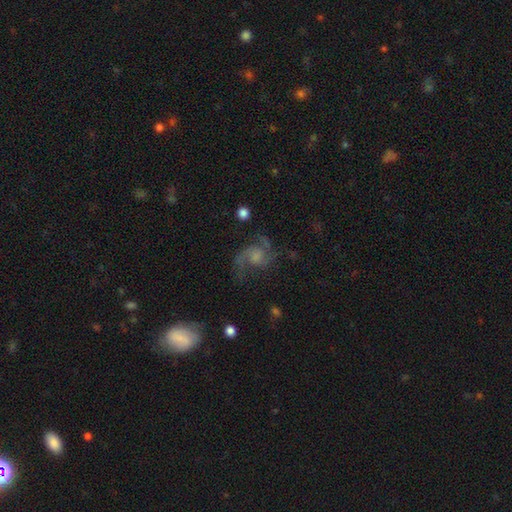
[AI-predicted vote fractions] smooth_or_featured: featured or disk (p=0.76) [alt: smooth p=0.14]
disk_edge_on: no (p=0.98) [alt: yes p=0.02]
bar: no (p=0.66) [alt: weak p=0.30]
has_spiral_arms: yes (p=0.93) [alt: no p=0.07]
spiral_winding: medium (p=0.46) [alt: loose p=0.41]
spiral_arm_count: 2 (p=0.64) [alt: 3 p=0.13]
bulge_size: small (p=0.32) [alt: moderate p=0.30]
merging: none (p=0.57) [alt: major disturbance p=0.22]